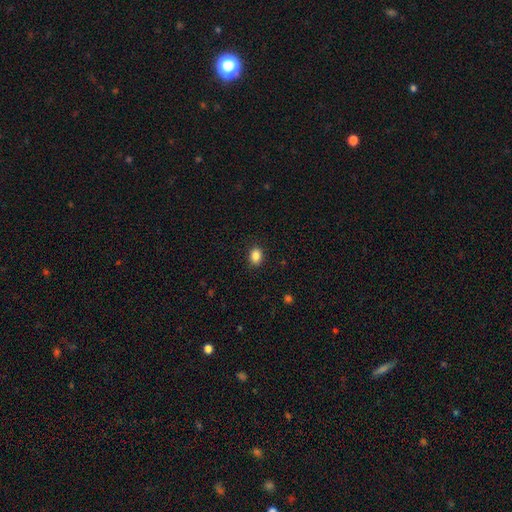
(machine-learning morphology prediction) This is clearly a smooth galaxy (87%). How rounded: likely in between (71%). Merging: clearly none (89%).